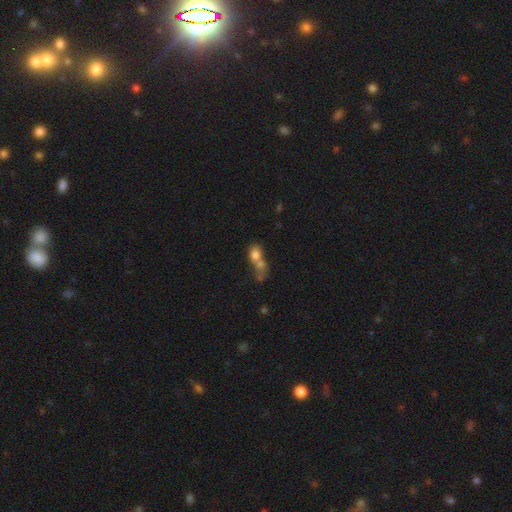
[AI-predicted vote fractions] Morphology: type=smooth (70%); roundness=round (53%); merging=merger (70%).